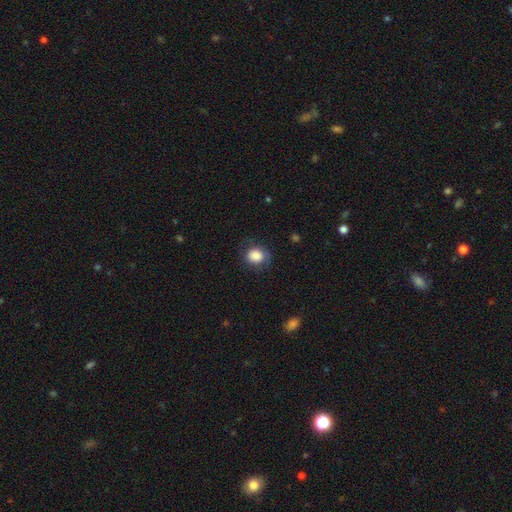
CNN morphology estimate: This appears to be a smooth galaxy with no disk features (81%) that is round (69%). Merging: none (69%).